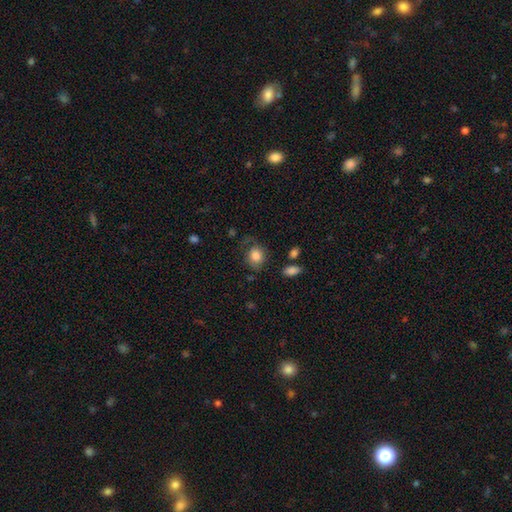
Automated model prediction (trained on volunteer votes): Smooth or featured? smooth (79%)
How rounded? round (56%)
Merging? none (58%)